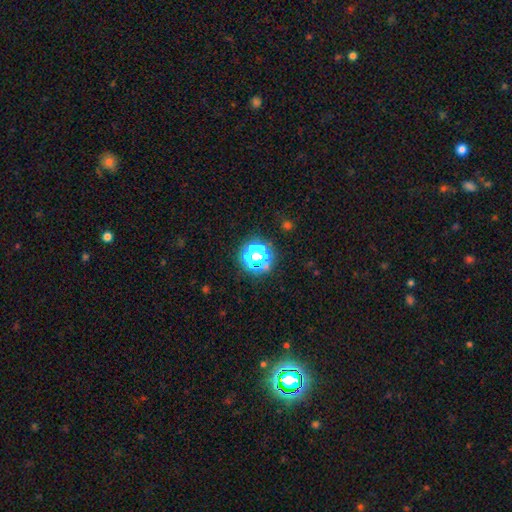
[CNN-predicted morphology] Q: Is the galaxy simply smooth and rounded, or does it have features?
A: star or artifact — 48%.